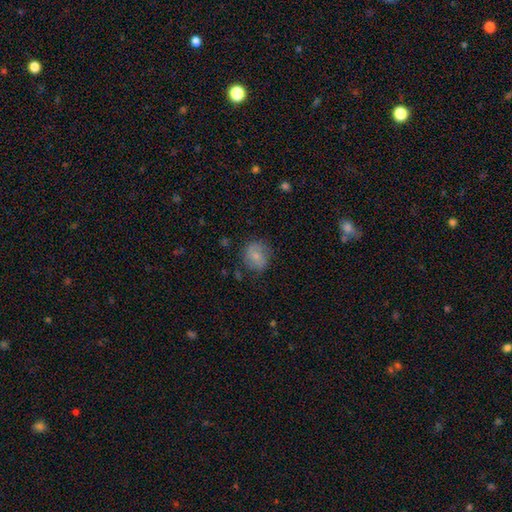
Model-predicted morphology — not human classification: Smooth or featured?
  - smooth: 71% *
  - featured or disk: 20%
  - star or artifact: 9%
How rounded?
  - round: 71% *
  - in between: 28%
  - cigar-shaped: 1%
Merging?
  - none: 71% *
  - minor disturbance: 21%
  - major disturbance: 6%
  - merger: 2%